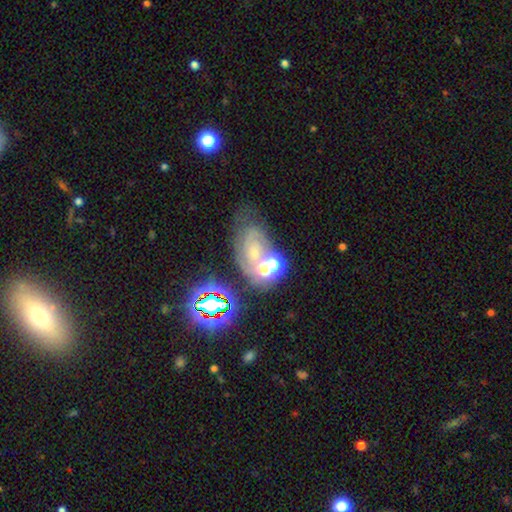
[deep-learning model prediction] This is marginally a featured or disk galaxy (43%). Merging: marginally none (38%).